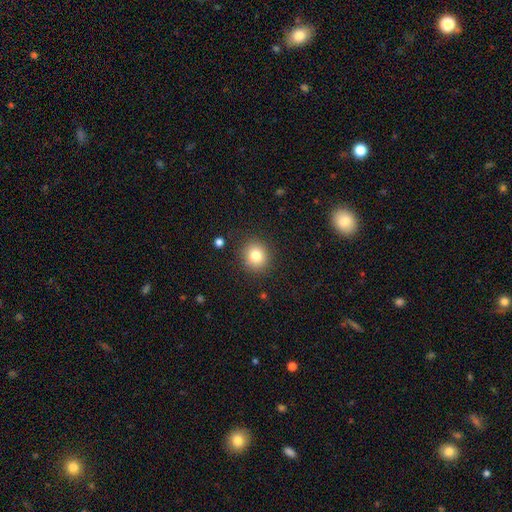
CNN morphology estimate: type=smooth (80%); roundness=round (87%); merging=none (88%).